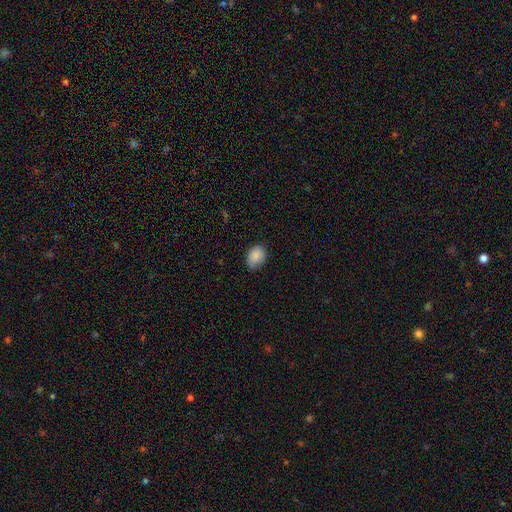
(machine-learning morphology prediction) smooth 88%, star or artifact 7%, featured or disk 4%. Down the decision tree: how rounded — in between (78%); merging — none (75%).